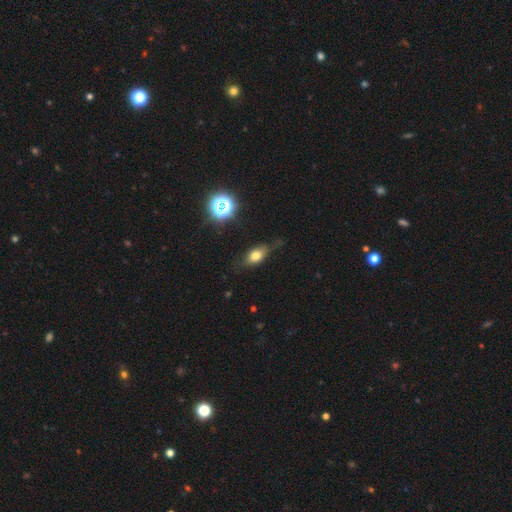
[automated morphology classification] smooth 62%, featured or disk 24%, star or artifact 14%. Down the decision tree: how rounded — in between (75%); merging — none (66%).